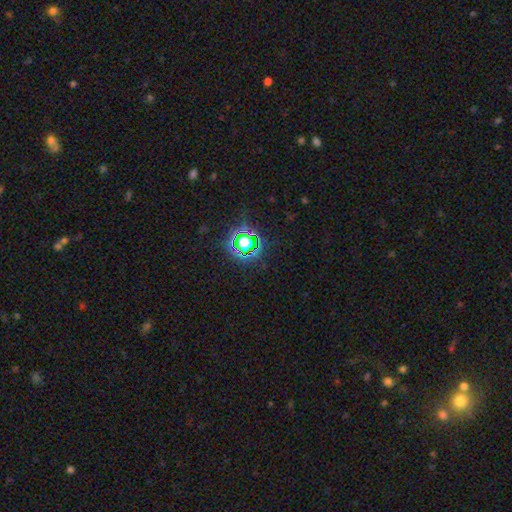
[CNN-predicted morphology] smooth-or-featured: star or artifact: 78% | smooth: 15% | featured or disk: 7%